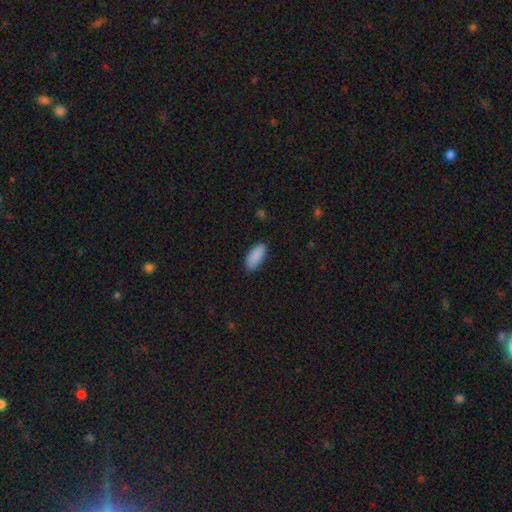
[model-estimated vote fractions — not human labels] This is clearly a smooth galaxy (90%). How rounded: clearly in between (85%). Merging: clearly none (84%).